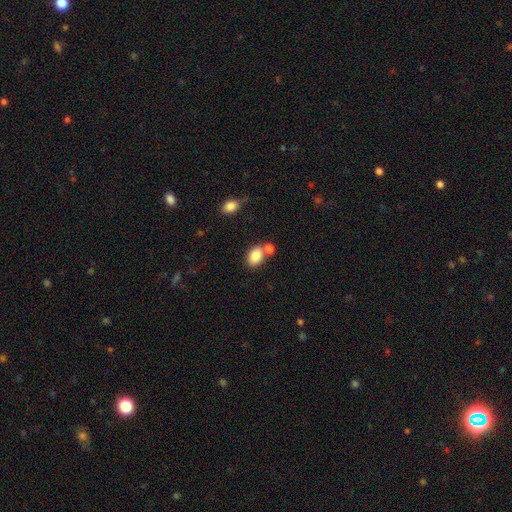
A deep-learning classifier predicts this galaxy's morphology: Smooth or featured? smooth (85%)
How rounded? in between (78%)
Merging? none (56%)